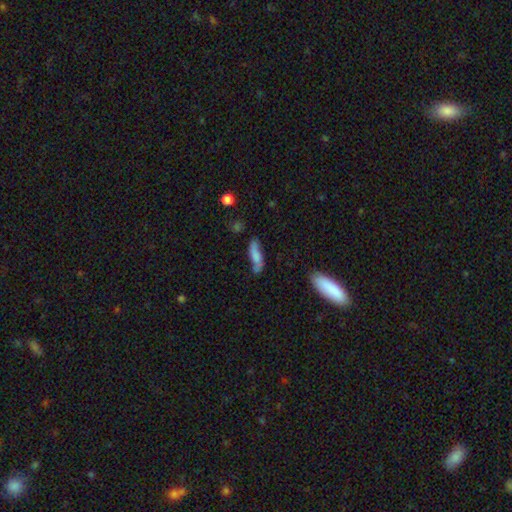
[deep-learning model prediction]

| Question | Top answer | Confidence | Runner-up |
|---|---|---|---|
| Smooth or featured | smooth | 60% | featured or disk (32%) |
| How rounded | in between | 49% | cigar-shaped (48%) |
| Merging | none | 56% | minor disturbance (26%) |